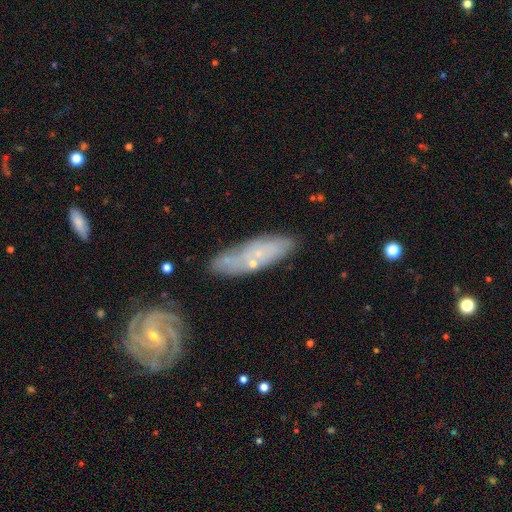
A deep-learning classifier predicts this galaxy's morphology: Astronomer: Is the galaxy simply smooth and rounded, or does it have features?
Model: featured or disk — 56% (runner-up: smooth, 35%).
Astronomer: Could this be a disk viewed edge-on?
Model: no — 78%.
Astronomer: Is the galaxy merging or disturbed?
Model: none — 68%.